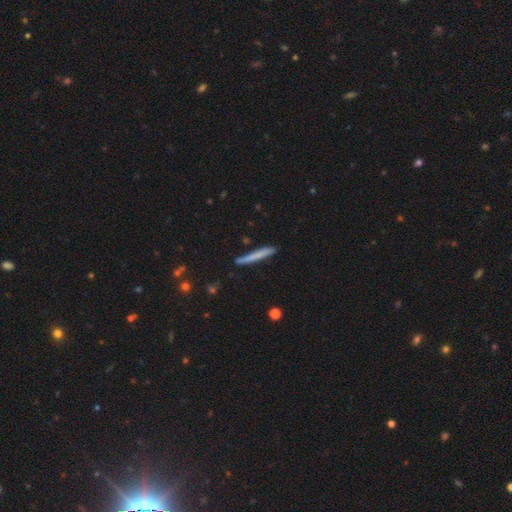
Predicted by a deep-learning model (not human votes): smooth_or_featured: smooth (p=0.68) [alt: featured or disk p=0.26]
how_rounded: cigar-shaped (p=0.96) [alt: in between p=0.02]
merging: none (p=0.87) [alt: minor disturbance p=0.10]